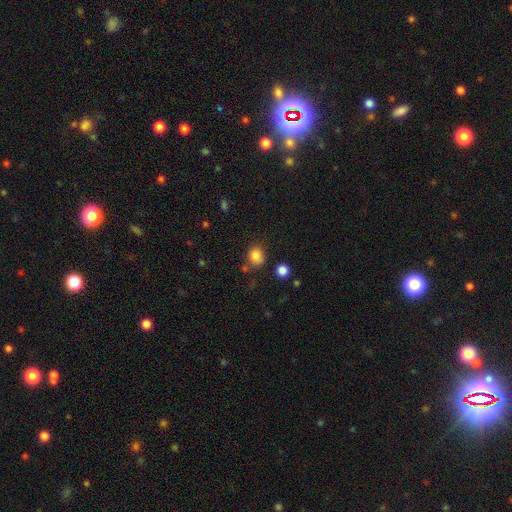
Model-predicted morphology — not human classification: This is clearly a smooth galaxy (84%). How rounded: likely round (69%). Merging: likely none (74%).